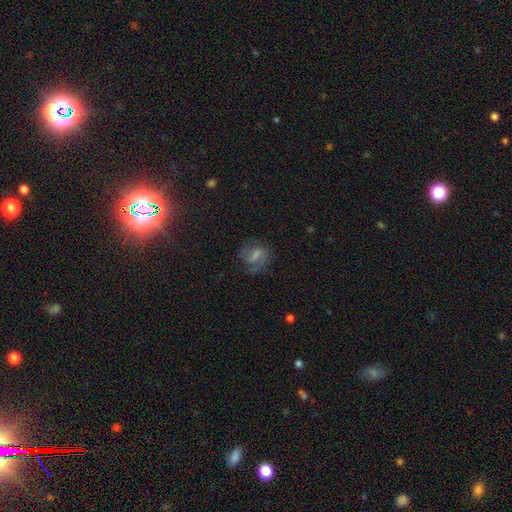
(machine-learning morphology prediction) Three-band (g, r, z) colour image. It shows a featured or disk galaxy (54%) with a weak bar (53%), spiral arms (83%) and a small central bulge (36%). Merging: none (61%).